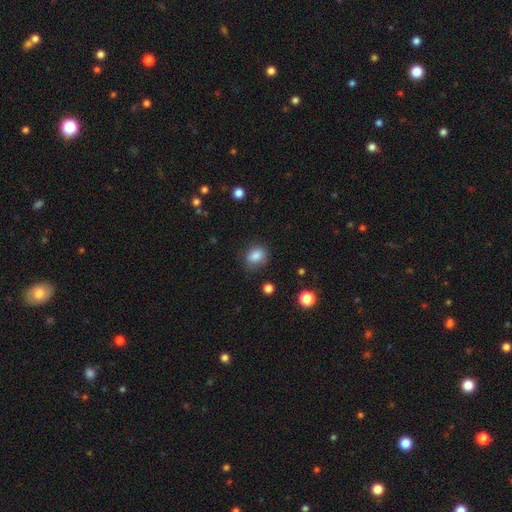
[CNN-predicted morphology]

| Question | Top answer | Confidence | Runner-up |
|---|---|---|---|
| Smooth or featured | smooth | 85% | star or artifact (10%) |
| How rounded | in between | 53% | round (46%) |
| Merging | none | 77% | minor disturbance (17%) |